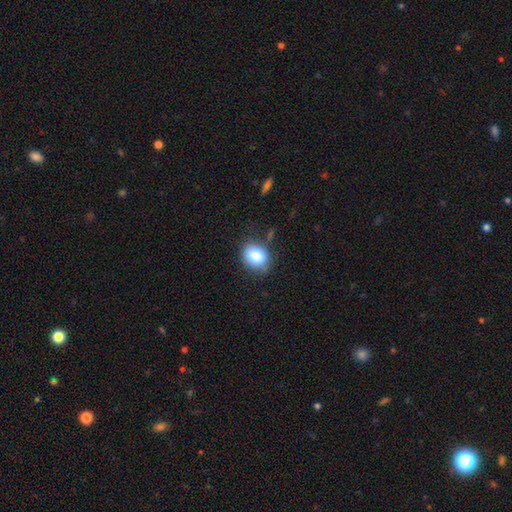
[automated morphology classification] Smooth or featured?
  - smooth: 81% *
  - star or artifact: 10%
  - featured or disk: 9%
How rounded?
  - round: 57% *
  - in between: 42%
  - cigar-shaped: 1%
Merging?
  - none: 76% *
  - minor disturbance: 16%
  - major disturbance: 5%
  - merger: 3%